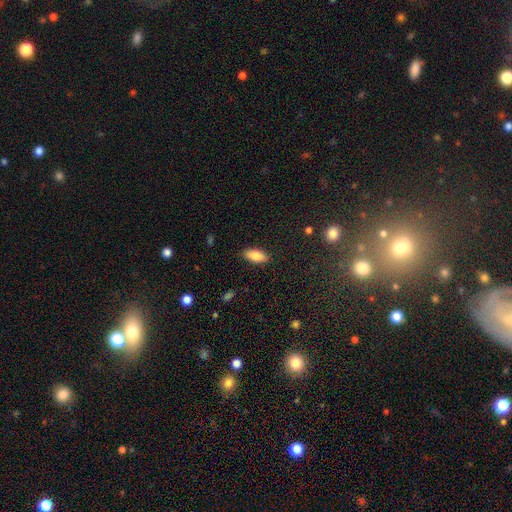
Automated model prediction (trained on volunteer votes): A smooth galaxy with no disk features (83%) that is in between round and cigar-shaped (86%).

Vote fractions:
- Smooth or featured? smooth: 83% / featured or disk: 10% / star or artifact: 7%
- How rounded? in between: 86% / cigar-shaped: 12% / round: 2%
- Merging? none: 87% / minor disturbance: 10% / major disturbance: 2% / merger: 1%